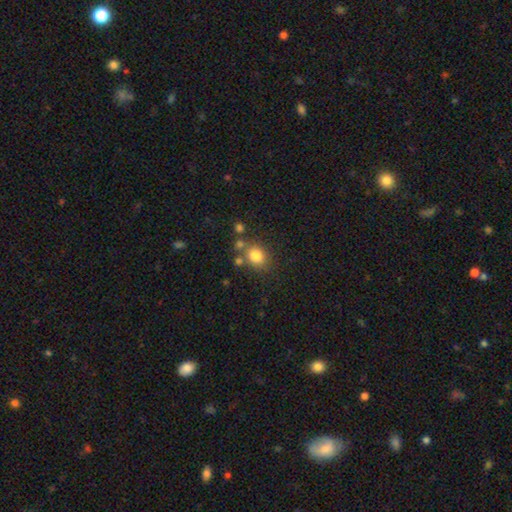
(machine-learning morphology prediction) type=smooth (81%); roundness=round (63%); merging=none (68%).